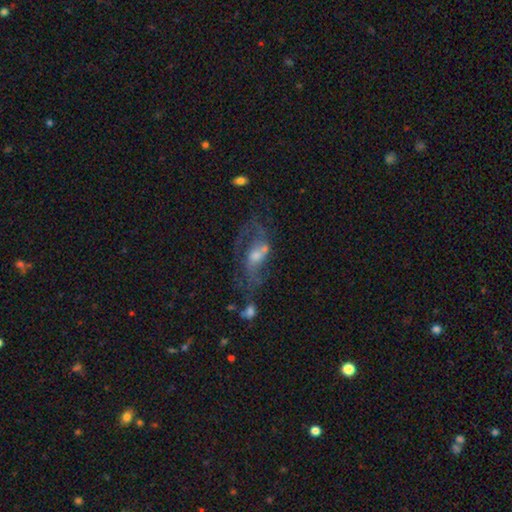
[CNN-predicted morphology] This is likely a featured or disk galaxy (68%). It is clearly not viewed edge-on (93%). Bar: possibly no (54%). Spiral arm pattern: likely yes (70%). Central bulge: possibly moderate (51%). Merging: marginally none (34%).